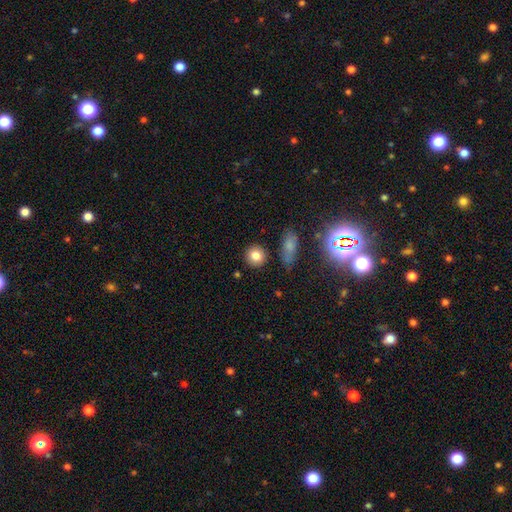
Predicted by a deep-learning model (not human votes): This appears to be a smooth galaxy with no disk features (83%) that is round (89%). Merging: none (86%).